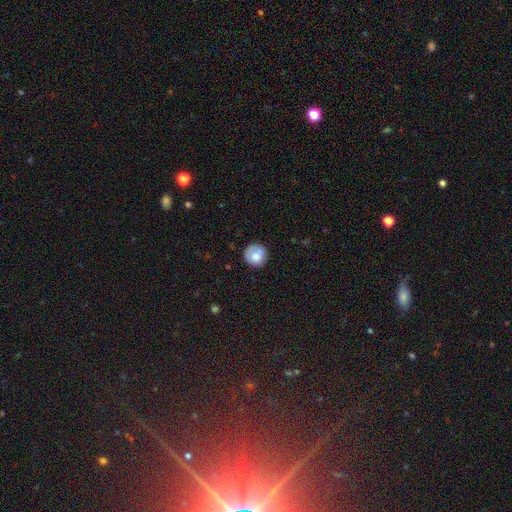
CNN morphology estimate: Smooth or featured: smooth — 79% (featured or disk — 13%)
How rounded: round — 94% (in between — 5%)
Merging: none — 79% (minor disturbance — 15%)